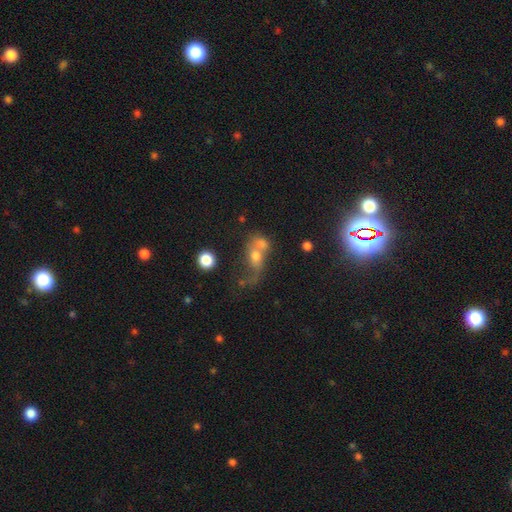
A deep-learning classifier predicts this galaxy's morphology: A smooth galaxy with no disk features (43%).

Vote fractions:
- Smooth or featured? smooth: 43% / featured or disk: 35% / star or artifact: 23%
- Merging? merger: 63% / none: 17% / major disturbance: 12% / minor disturbance: 8%